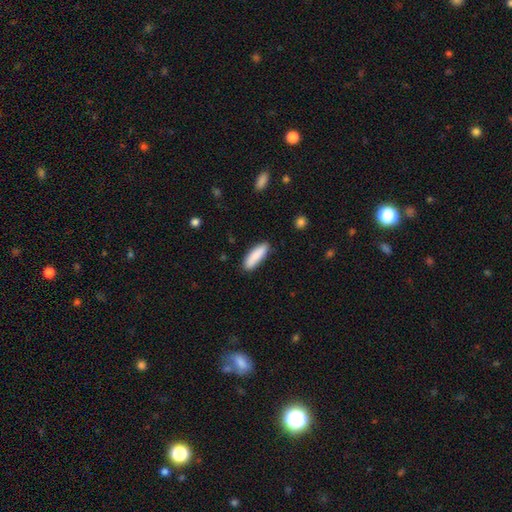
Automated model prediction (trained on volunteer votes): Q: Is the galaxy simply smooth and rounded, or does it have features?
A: smooth — 88%.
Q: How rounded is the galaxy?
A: cigar-shaped — 49%, tied with in between.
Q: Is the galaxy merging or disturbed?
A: none — 86%.